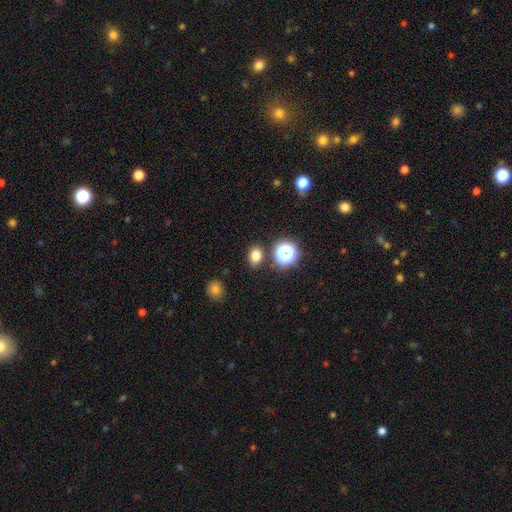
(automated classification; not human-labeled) Overall: smooth (77%). How rounded: in between (59%; round 39%). Merging: none (83%).